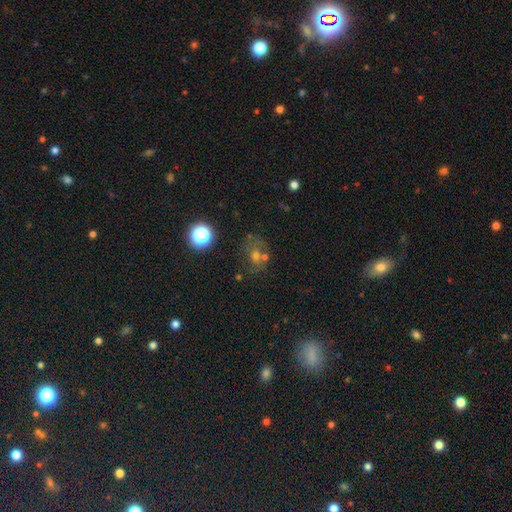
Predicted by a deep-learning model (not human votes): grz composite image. It shows a star or artifact, not a galaxy (43%).